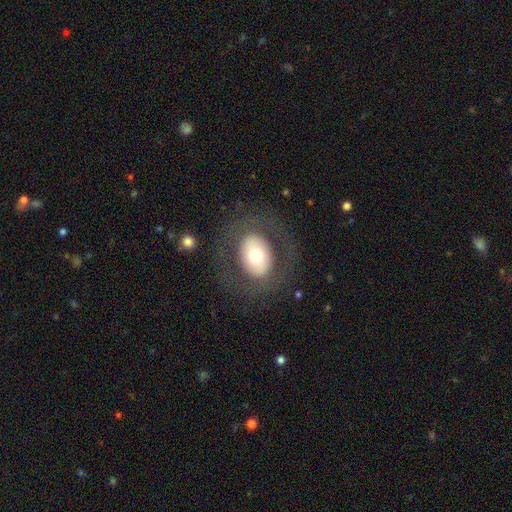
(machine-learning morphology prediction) This appears to be a smooth galaxy with no disk features (59%) that is in between round and cigar-shaped (67%). Merging: none (79%).